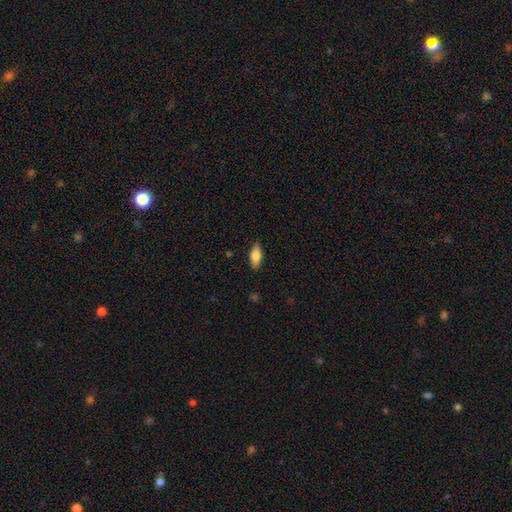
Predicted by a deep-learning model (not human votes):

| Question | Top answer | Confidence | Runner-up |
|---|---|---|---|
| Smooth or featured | smooth | 74% | featured or disk (19%) |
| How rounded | in between | 83% | cigar-shaped (14%) |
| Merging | none | 85% | minor disturbance (11%) |